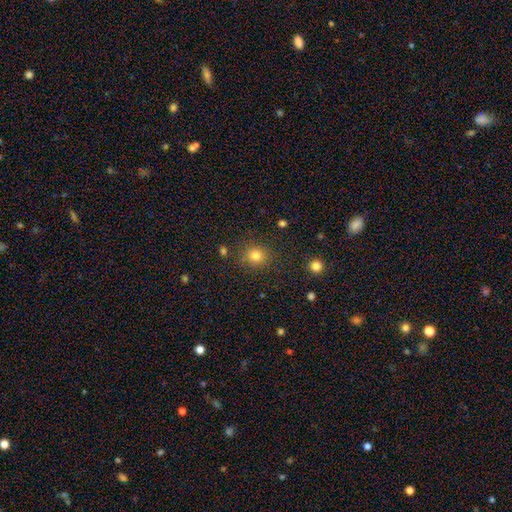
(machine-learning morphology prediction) Overall: smooth (80%). How rounded: round (82%). Merging: none (84%).